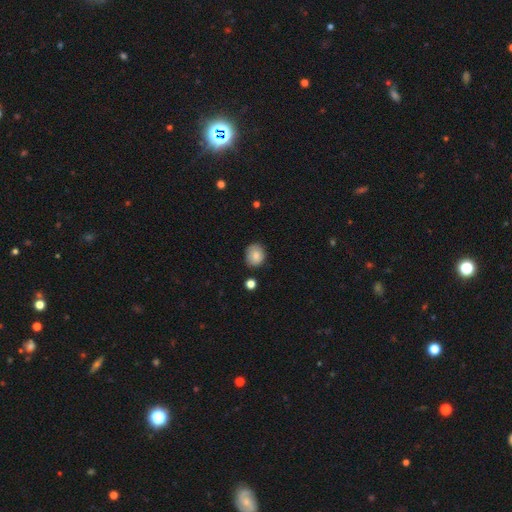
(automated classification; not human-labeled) A smooth galaxy with no disk features (82%) that is round (61%). Merging: none (75%).